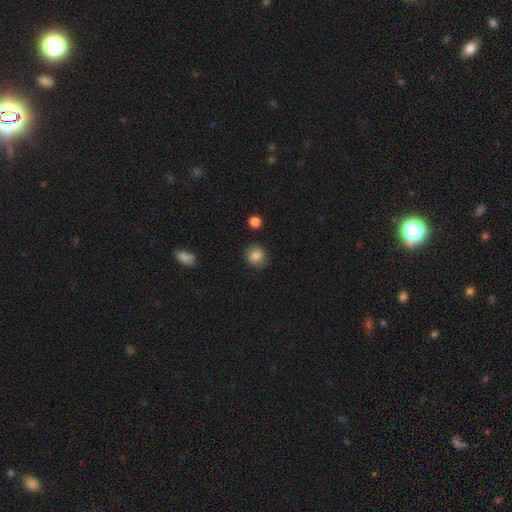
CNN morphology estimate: This is clearly a smooth galaxy (83%). How rounded: likely round (67%). Merging: clearly none (82%).